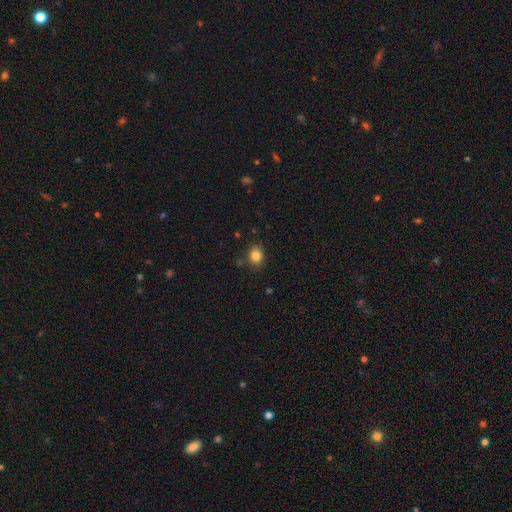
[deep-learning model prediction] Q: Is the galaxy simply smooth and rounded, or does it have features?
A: smooth — 84%.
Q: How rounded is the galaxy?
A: round — 60%.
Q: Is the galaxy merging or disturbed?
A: none — 83%.